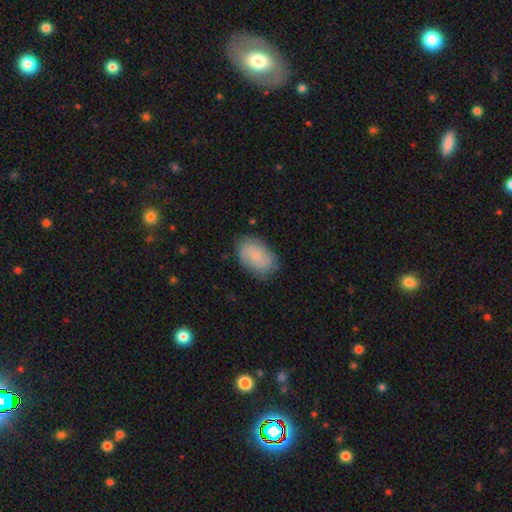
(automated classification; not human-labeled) Smooth or featured?
  - smooth: 69% *
  - featured or disk: 23%
  - star or artifact: 8%
How rounded?
  - in between: 90% *
  - round: 9%
  - cigar-shaped: 1%
Merging?
  - none: 77% *
  - minor disturbance: 18%
  - major disturbance: 4%
  - merger: 1%